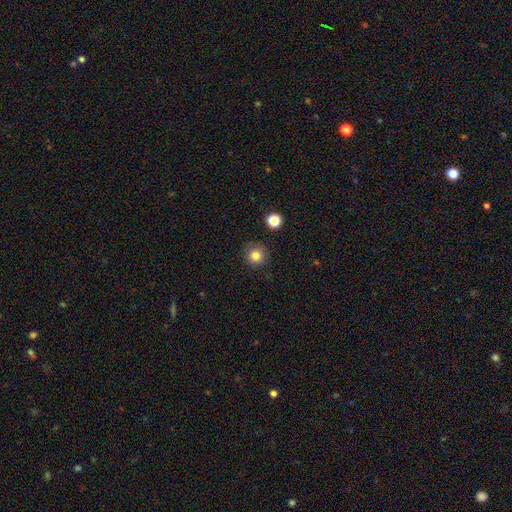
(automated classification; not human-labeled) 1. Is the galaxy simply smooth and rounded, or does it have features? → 83% smooth, 12% star or artifact, 6% featured or disk.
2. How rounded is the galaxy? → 94% round, 5% in between, 1% cigar-shaped.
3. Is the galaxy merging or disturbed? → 88% none, 8% minor disturbance, 2% major disturbance, 2% merger.